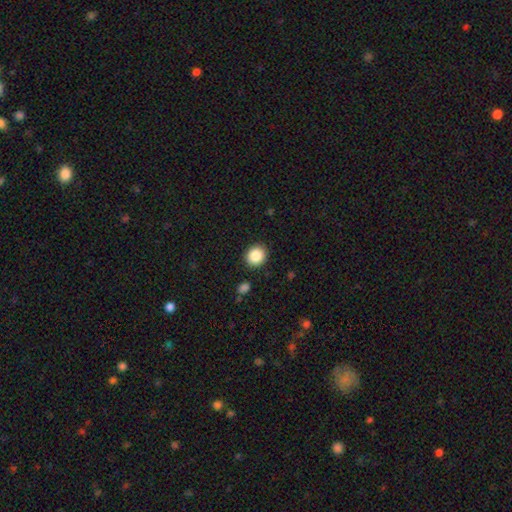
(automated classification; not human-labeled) smooth 87%, star or artifact 9%, featured or disk 4%. Down the decision tree: how rounded — round (80%); merging — none (89%).